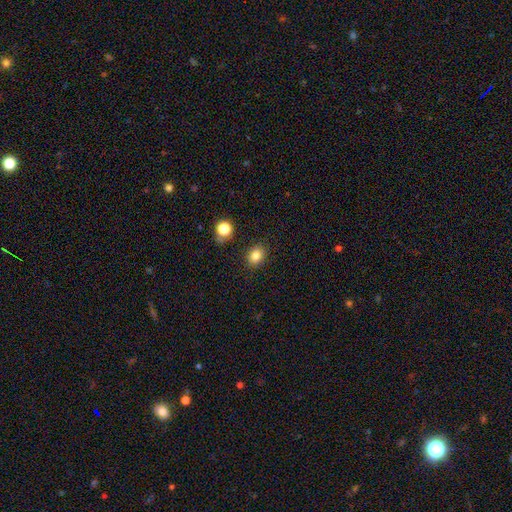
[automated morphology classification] smooth-or-featured: smooth: 82% | star or artifact: 11% | featured or disk: 7%
  how-rounded: round: 50% | in between: 49% | cigar-shaped: 1%
  merging: none: 86% | minor disturbance: 9% | major disturbance: 3% | merger: 2%